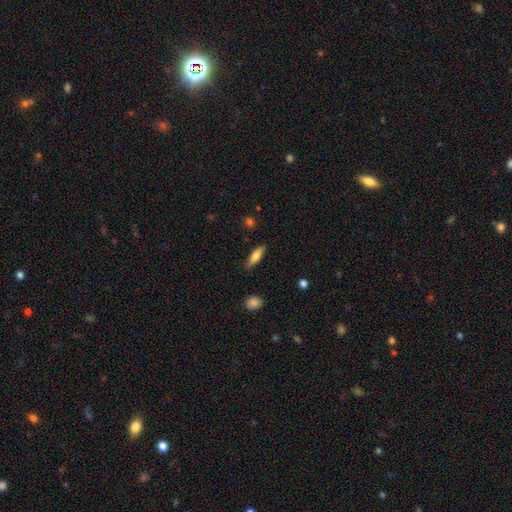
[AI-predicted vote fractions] The model was most divided on "how rounded": cigar-shaped: 51%, in between: 46%, round: 2%. More confident: merging — none (80%); smooth or featured — smooth (72%).